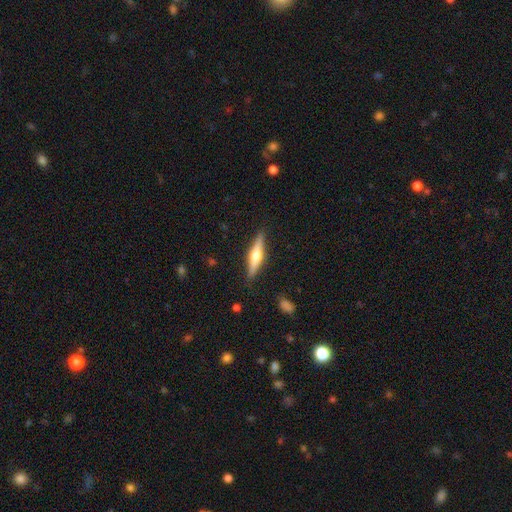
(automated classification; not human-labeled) featured or disk 64%, smooth 31%, star or artifact 6%. Down the decision tree: edge-on disk — yes (97%); edge-on bulge — rounded (93%); merging — none (89%).